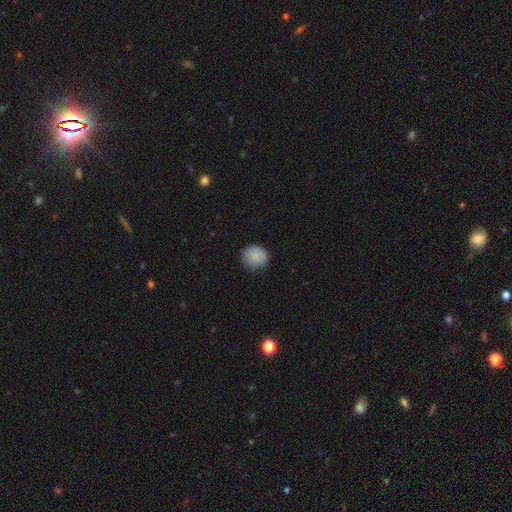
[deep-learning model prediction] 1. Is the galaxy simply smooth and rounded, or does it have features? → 85% smooth, 8% star or artifact, 7% featured or disk.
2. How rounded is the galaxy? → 85% round, 14% in between, 1% cigar-shaped.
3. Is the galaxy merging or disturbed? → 78% none, 18% minor disturbance, 3% major disturbance, 1% merger.